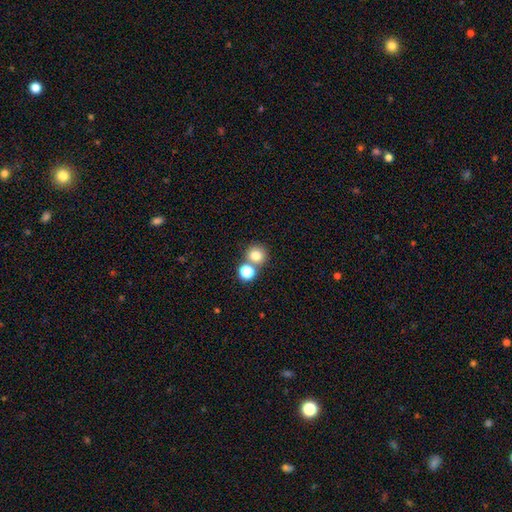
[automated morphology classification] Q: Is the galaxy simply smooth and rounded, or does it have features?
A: smooth — 77%.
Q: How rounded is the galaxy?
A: round — 90%.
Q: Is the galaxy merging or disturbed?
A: none — 62%.